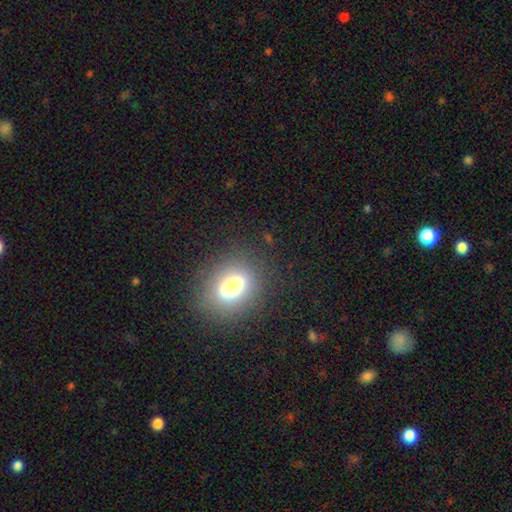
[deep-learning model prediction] Q: Smooth or featured?
A: smooth (74%); runner-up: star or artifact (14%)
Q: How rounded?
A: in between (70%); runner-up: round (26%)
Q: Merging?
A: none (84%); runner-up: minor disturbance (11%)